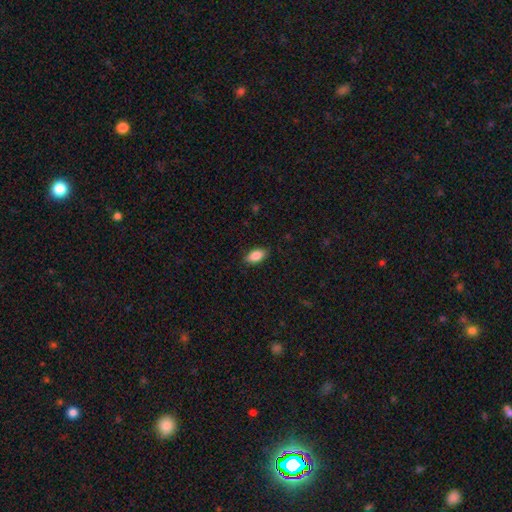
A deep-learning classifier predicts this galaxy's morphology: This appears to be a smooth galaxy with no disk features (87%) that is in between round and cigar-shaped (91%). Merging: none (86%).